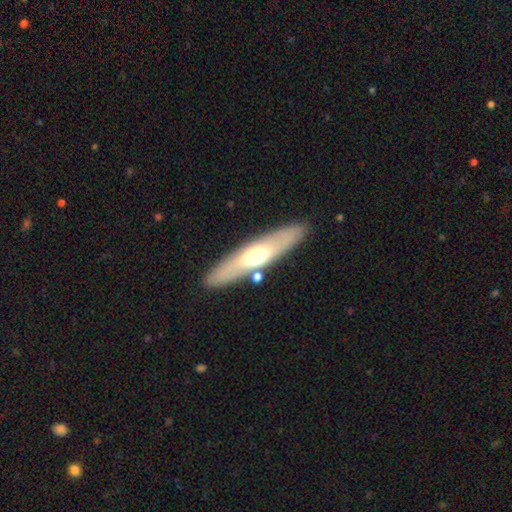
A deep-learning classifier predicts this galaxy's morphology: Smooth or featured? smooth (48%)
Merging? none (84%)